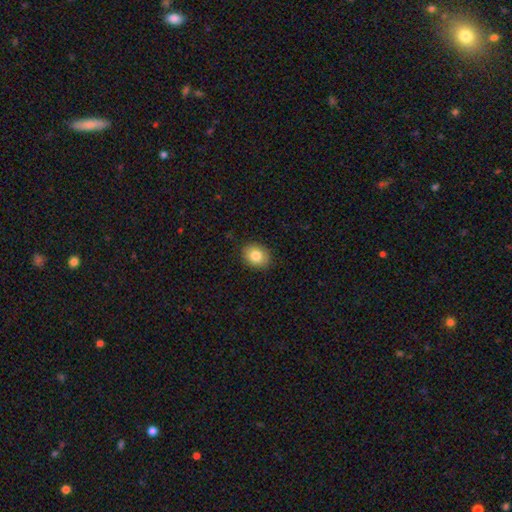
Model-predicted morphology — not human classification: The model was most divided on "how rounded": in between: 50%, round: 49%, cigar-shaped: 1%. More confident: merging — none (88%); smooth or featured — smooth (82%).